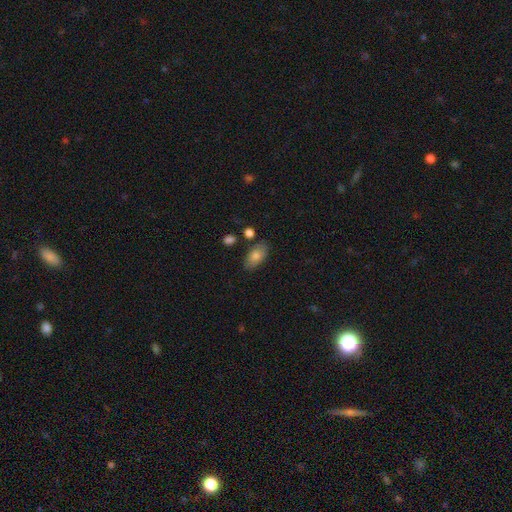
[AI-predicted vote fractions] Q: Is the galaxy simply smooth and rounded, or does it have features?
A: smooth — 78%.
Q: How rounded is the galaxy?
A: in between — 92%.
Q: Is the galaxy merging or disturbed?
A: none — 78%.